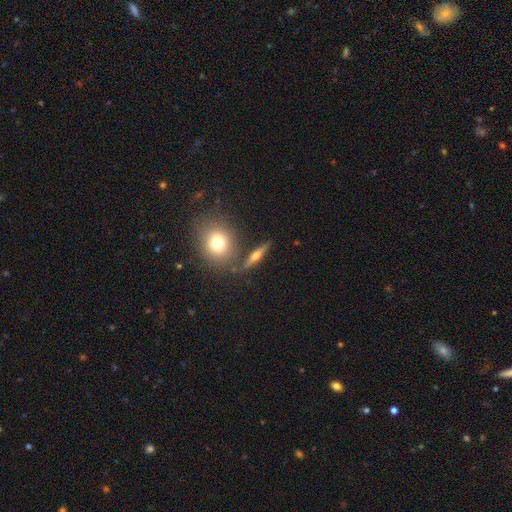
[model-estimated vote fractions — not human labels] Smooth or featured? featured or disk (57%)
Edge-on disk? yes (91%)
Edge-on bulge? rounded (90%)
Merging? none (80%)